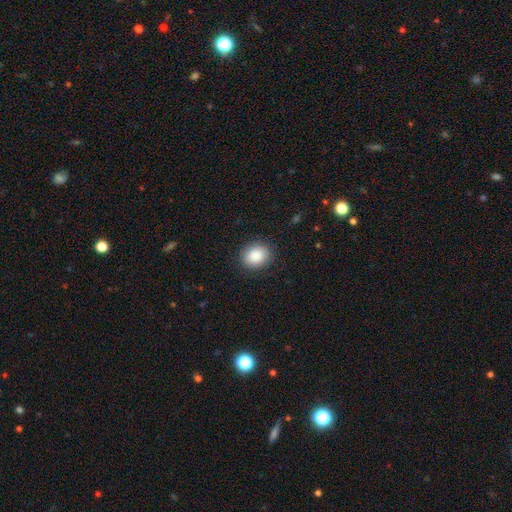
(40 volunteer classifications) Smooth or featured? 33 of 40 (82%) said smooth. How rounded? 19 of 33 (58%) said round. Merging? 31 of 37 (84%) said none.